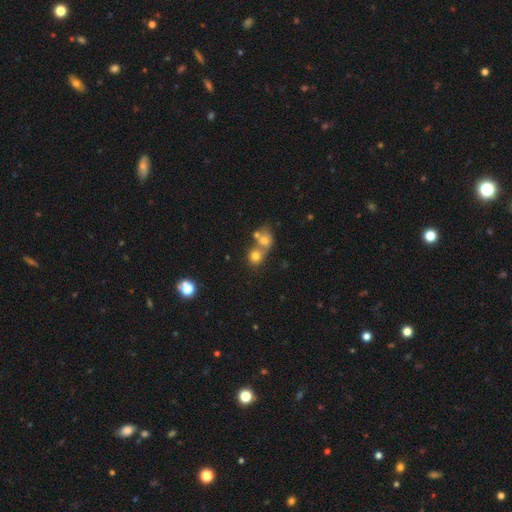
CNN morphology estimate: Smooth or featured? Predicted: smooth (p=0.71). How rounded? Predicted: round (p=0.76). Merging? Predicted: merger (p=0.60).